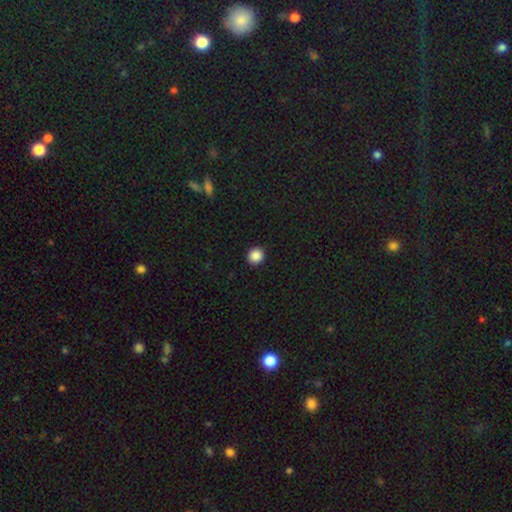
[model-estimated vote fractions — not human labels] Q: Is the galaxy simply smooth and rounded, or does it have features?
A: smooth — 88%.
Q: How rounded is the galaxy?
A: round — 91%.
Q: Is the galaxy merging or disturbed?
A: none — 93%.